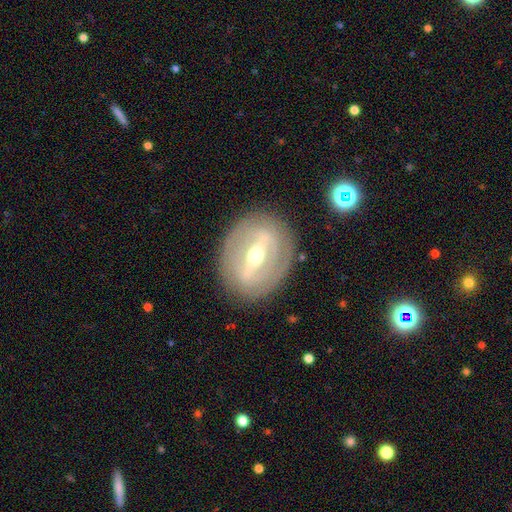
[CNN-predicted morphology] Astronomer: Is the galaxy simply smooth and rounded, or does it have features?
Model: featured or disk — 79%.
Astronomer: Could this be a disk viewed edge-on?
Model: no — 85%.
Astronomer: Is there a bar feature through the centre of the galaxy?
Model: strong — 73%.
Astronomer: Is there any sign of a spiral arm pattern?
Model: no — 56% (runner-up: yes, 44%).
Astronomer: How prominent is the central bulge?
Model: moderate — 65%.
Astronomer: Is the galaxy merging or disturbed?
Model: none — 84%.